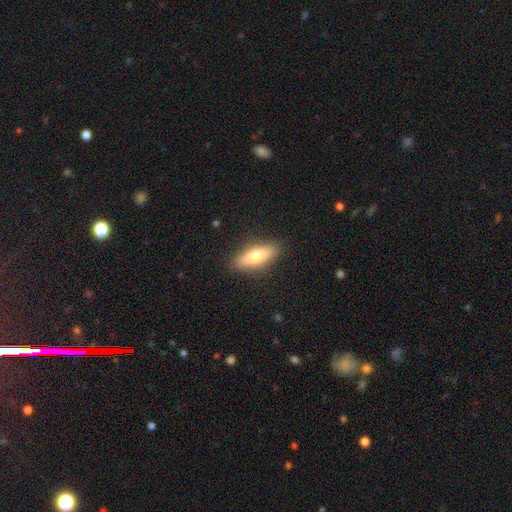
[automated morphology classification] Smooth or featured? smooth (71%)
How rounded? in between (59%)
Merging? none (87%)